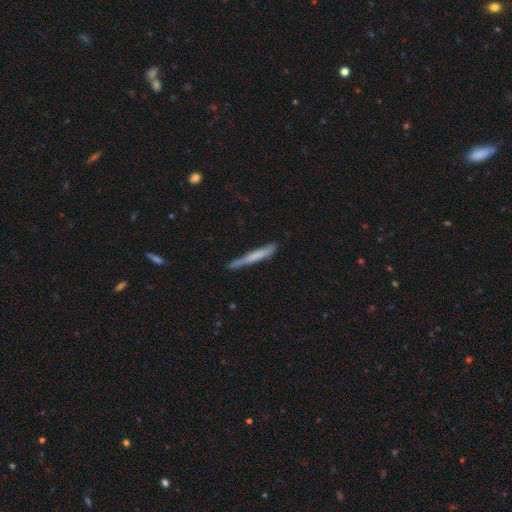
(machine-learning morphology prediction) smooth-or-featured: smooth: 59% | featured or disk: 35% | star or artifact: 6%
  how-rounded: cigar-shaped: 96% | in between: 3% | round: 1%
  merging: none: 74% | minor disturbance: 20% | major disturbance: 3% | merger: 3%